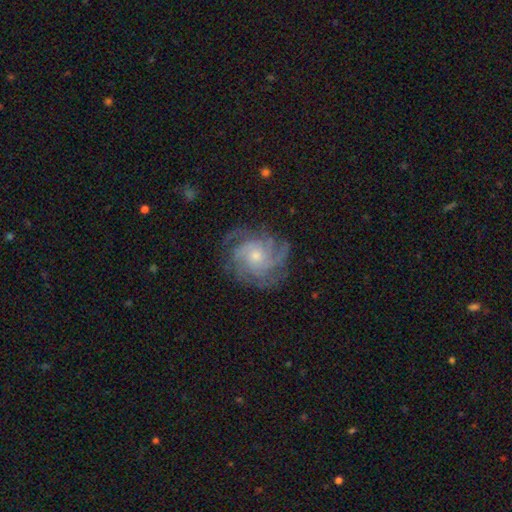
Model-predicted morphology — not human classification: This appears to be a featured or disk galaxy (86%) with no bar (77%), 4 (34%) tight (61%) spiral arms (97%) and a small central bulge (50%). Merging: none (77%).